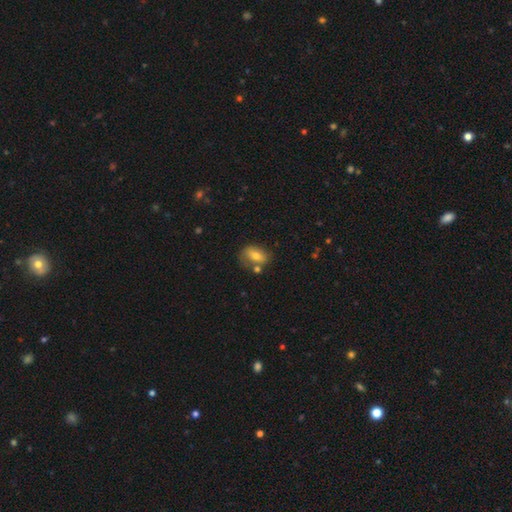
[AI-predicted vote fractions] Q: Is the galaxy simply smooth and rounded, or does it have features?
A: smooth — 68%.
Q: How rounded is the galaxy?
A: in between — 80%.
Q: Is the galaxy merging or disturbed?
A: none — 58%.